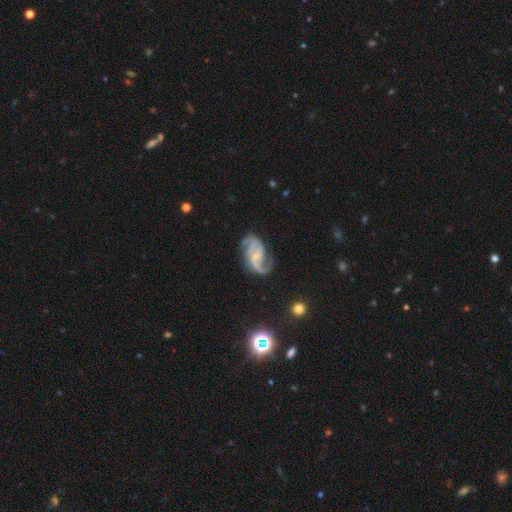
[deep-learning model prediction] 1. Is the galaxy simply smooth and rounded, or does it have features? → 89% featured or disk, 5% smooth, 5% star or artifact.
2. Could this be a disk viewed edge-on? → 98% no, 2% yes.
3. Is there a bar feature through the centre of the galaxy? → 43% weak, 42% no, 15% strong.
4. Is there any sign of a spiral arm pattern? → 97% yes, 3% no.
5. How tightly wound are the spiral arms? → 48% medium, 35% loose, 17% tight.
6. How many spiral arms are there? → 74% 2, 11% 3, 6% can't tell, 3% 1, 3% 4, 3% more than 4.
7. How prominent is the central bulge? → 65% small, 20% moderate, 13% none, 2% large, 1% dominant.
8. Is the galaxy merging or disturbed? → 63% none, 20% minor disturbance, 14% major disturbance, 3% merger.